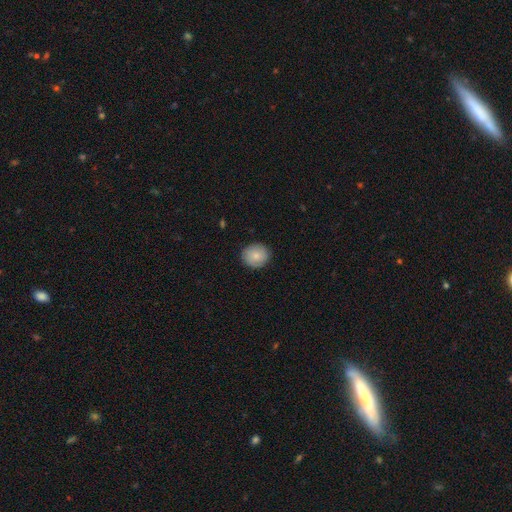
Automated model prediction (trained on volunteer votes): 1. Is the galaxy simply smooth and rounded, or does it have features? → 84% smooth, 9% featured or disk, 7% star or artifact.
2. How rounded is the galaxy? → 82% round, 17% in between, 1% cigar-shaped.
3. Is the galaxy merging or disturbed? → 87% none, 9% minor disturbance, 2% major disturbance, 1% merger.